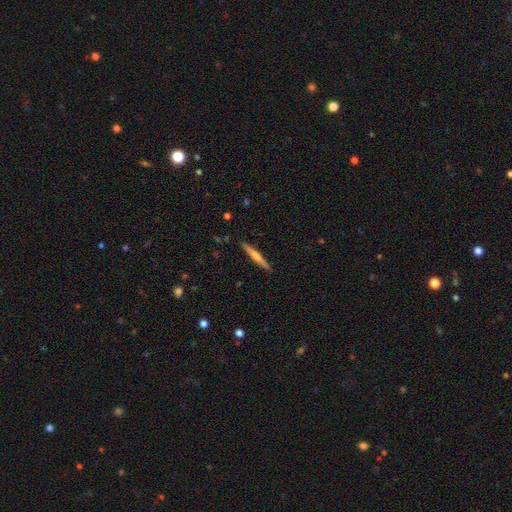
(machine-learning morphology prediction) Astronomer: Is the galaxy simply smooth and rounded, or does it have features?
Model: featured or disk — 55% (runner-up: smooth, 39%).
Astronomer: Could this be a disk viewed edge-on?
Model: yes — 97%.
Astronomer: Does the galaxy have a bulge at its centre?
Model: rounded — 72%.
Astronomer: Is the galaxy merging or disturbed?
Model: none — 91%.